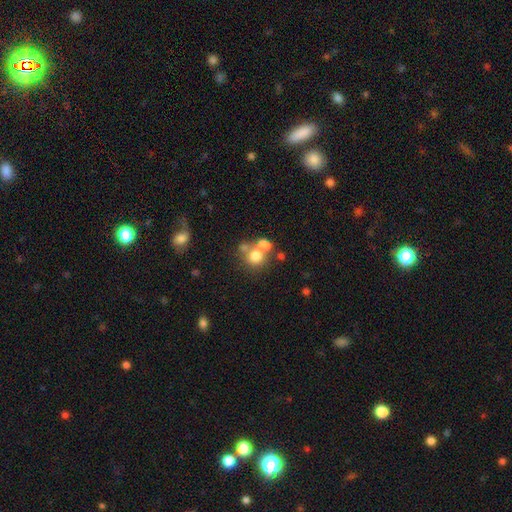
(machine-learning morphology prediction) A smooth galaxy with no disk features (71%) that is round (80%). Merging: none (45%).